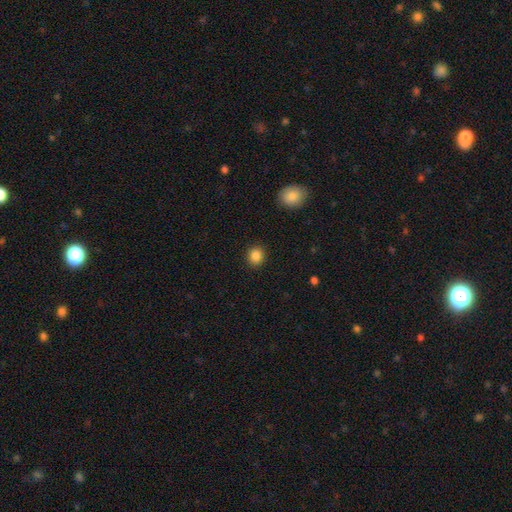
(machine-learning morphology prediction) A smooth galaxy with no disk features (86%) that is round (83%). Merging: none (91%).